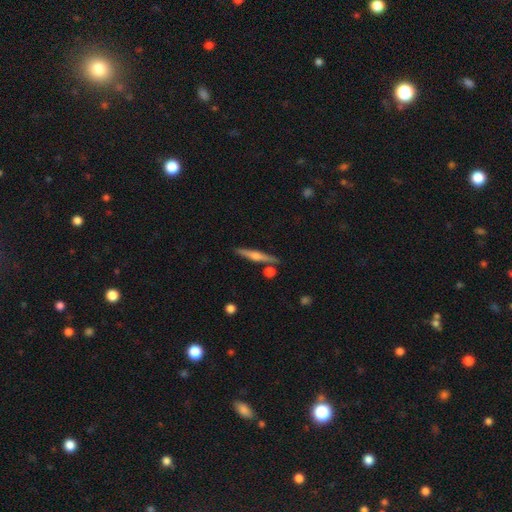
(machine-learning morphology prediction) smooth_or_featured: featured or disk (p=0.67) [alt: smooth p=0.27]
disk_edge_on: yes (p=0.98) [alt: no p=0.02]
edge_on_bulge: rounded (p=0.85) [alt: none p=0.09]
merging: none (p=0.86) [alt: minor disturbance p=0.08]